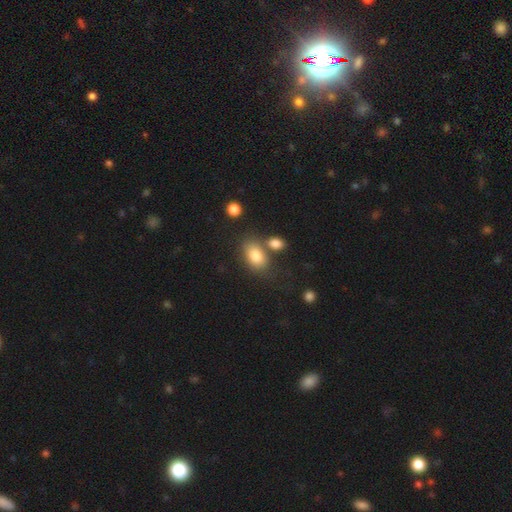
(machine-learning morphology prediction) Q: Smooth or featured?
A: smooth (81%); runner-up: featured or disk (10%)
Q: How rounded?
A: in between (86%); runner-up: round (13%)
Q: Merging?
A: none (59%); runner-up: merger (23%)